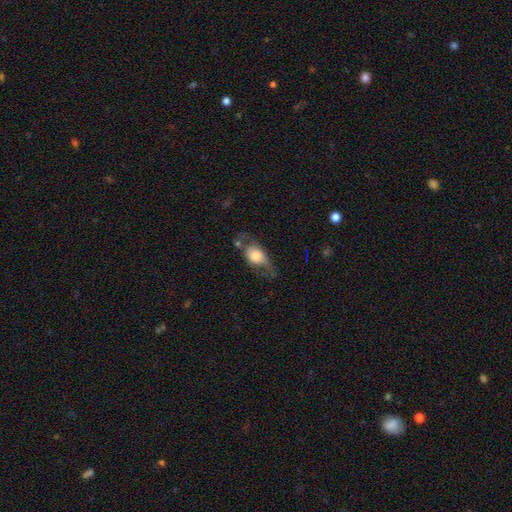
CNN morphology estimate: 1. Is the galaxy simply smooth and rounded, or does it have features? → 57% smooth, 36% featured or disk, 8% star or artifact.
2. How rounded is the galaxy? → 75% in between, 20% round, 5% cigar-shaped.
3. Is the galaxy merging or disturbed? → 44% none, 28% minor disturbance, 22% major disturbance, 6% merger.